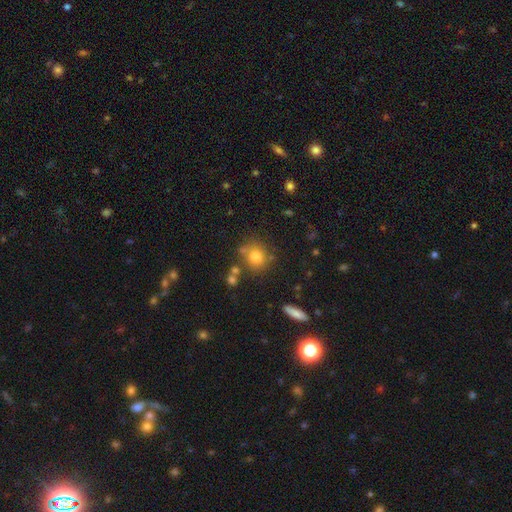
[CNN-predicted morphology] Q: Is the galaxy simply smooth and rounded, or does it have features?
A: smooth — 73%.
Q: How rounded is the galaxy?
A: round — 83%.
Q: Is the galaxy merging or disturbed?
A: none — 75%.